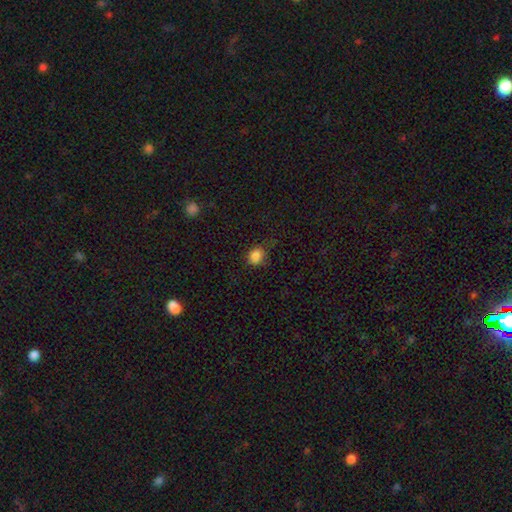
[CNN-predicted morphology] Overall: smooth (84%). How rounded: round (72%). Merging: none (67%).